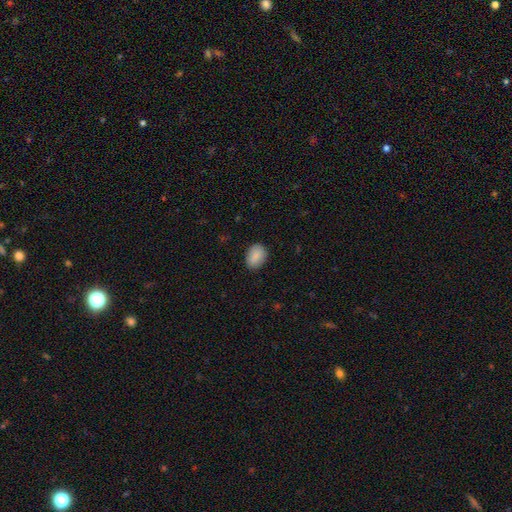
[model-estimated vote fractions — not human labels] Overall: smooth (88%). How rounded: in between (70%). Merging: none (87%).